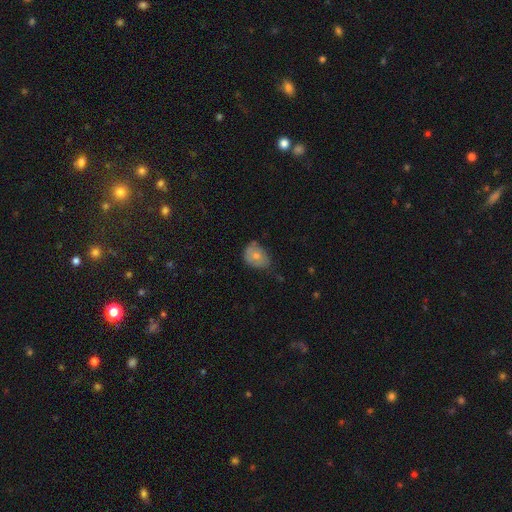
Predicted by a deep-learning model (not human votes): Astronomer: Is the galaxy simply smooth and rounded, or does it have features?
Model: smooth — 67%.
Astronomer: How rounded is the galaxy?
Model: in between — 58% (runner-up: round, 41%).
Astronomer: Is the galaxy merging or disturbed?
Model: none — 48% (runner-up: minor disturbance, 39%).